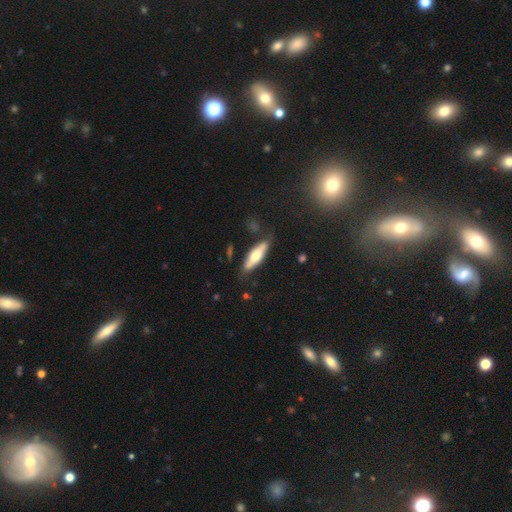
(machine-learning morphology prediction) smooth_or_featured: smooth (p=0.52) [alt: featured or disk p=0.42]
how_rounded: cigar-shaped (p=0.60) [alt: in between p=0.38]
merging: none (p=0.75) [alt: minor disturbance p=0.17]